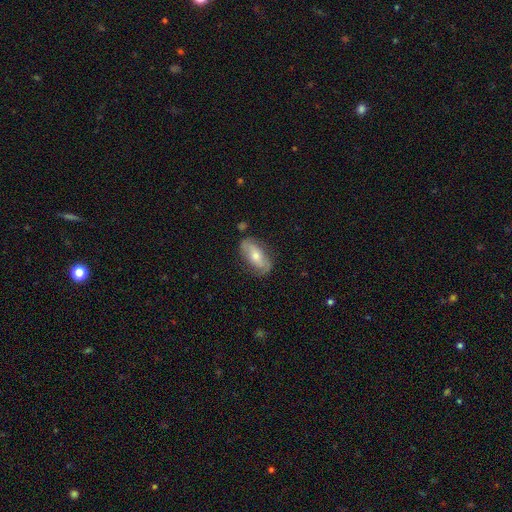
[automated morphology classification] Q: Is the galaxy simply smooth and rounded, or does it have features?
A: smooth — 49%.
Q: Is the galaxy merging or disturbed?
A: none — 75%.